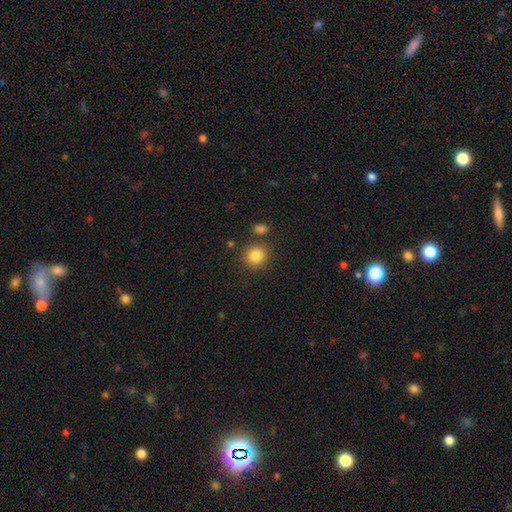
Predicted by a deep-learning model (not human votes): This is clearly a smooth galaxy (84%). How rounded: clearly round (84%). Merging: clearly none (80%).